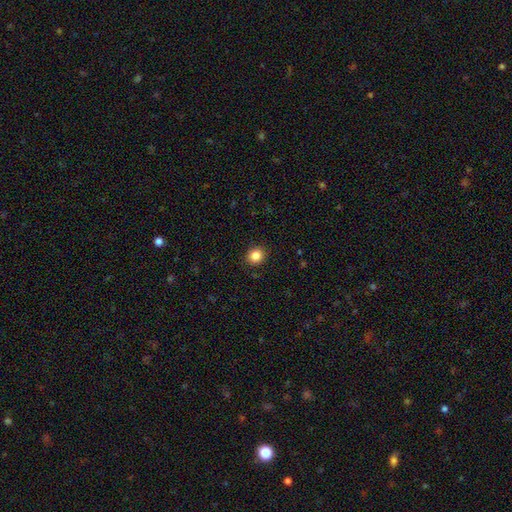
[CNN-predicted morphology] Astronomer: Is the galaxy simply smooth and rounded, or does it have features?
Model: smooth — 85%.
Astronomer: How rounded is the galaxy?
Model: round — 83%.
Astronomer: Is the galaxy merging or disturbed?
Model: none — 91%.